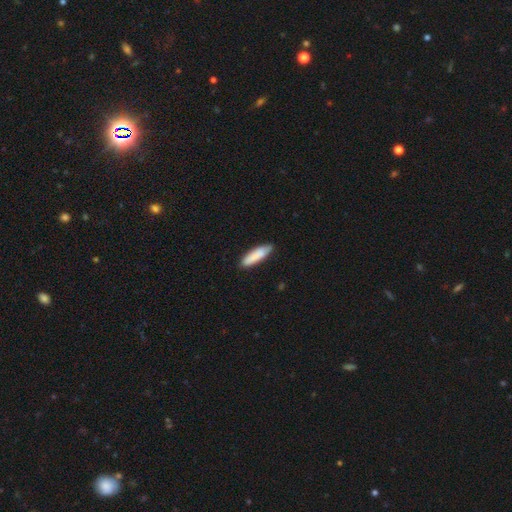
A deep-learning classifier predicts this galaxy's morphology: smooth_or_featured: smooth (p=0.85) [alt: featured or disk p=0.09]
how_rounded: cigar-shaped (p=0.65) [alt: in between p=0.34]
merging: none (p=0.81) [alt: minor disturbance p=0.15]